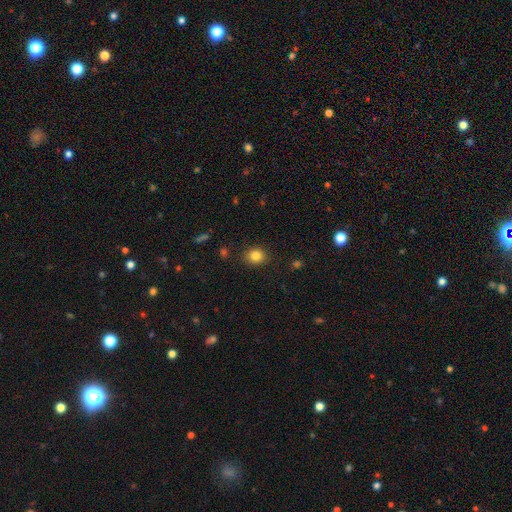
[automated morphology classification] smooth_or_featured: smooth (p=0.83) [alt: star or artifact p=0.11]
how_rounded: round (p=0.68) [alt: in between p=0.31]
merging: none (p=0.88) [alt: minor disturbance p=0.09]